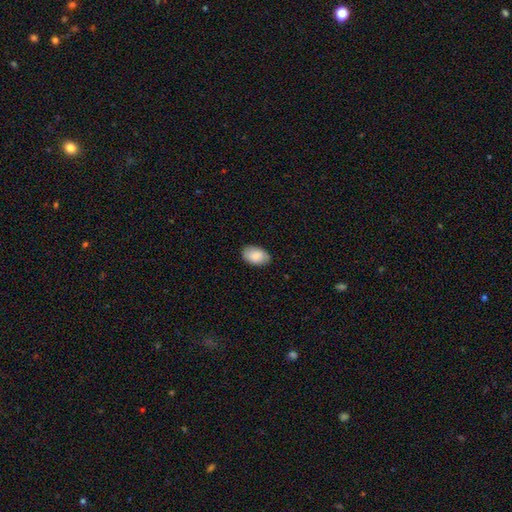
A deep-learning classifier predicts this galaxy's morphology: type=smooth (85%); roundness=in between (92%); merging=none (84%).